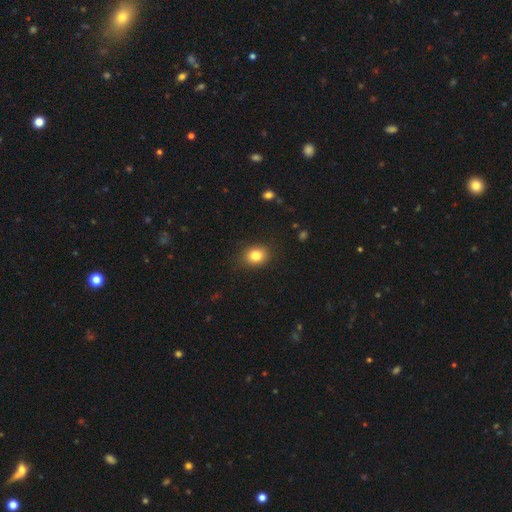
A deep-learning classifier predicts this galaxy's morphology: A smooth galaxy with no disk features (82%) that is round (57%). Merging: none (88%).